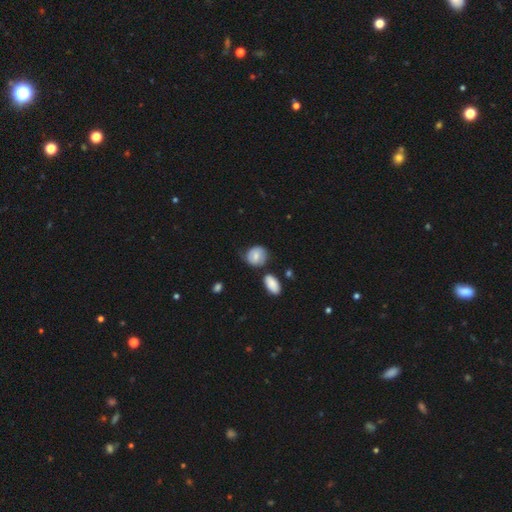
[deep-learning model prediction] Morphology: type=smooth (67%); roundness=round (68%); merging=none (62%).